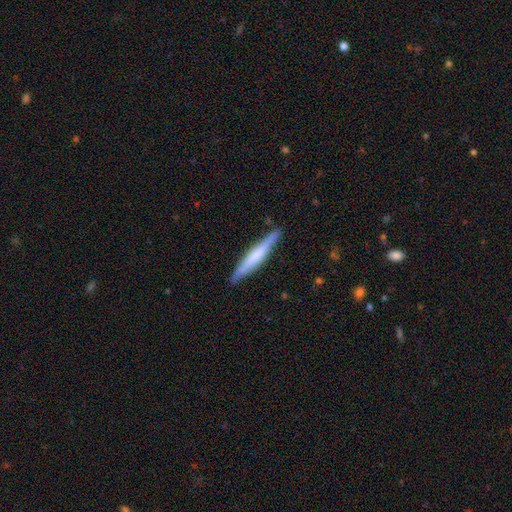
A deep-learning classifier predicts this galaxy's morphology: smooth 49%, featured or disk 45%, star or artifact 5%. Down the decision tree: merging — none (89%).